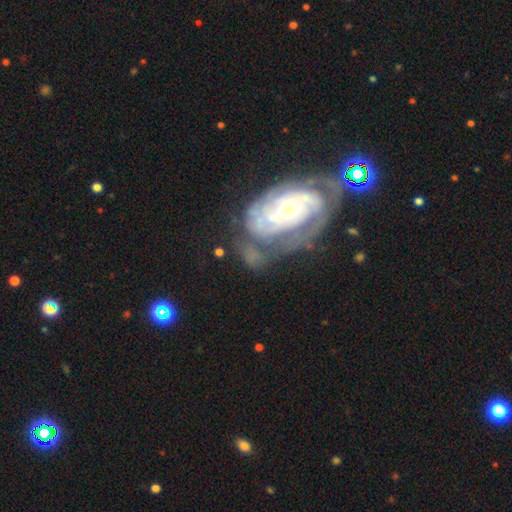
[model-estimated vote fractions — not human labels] A featured or disk galaxy (81%) with no bar (71%), tight (68%) spiral arms (91%) and a small central bulge (52%).

Vote fractions:
- Smooth or featured? featured or disk: 81% / smooth: 12% / star or artifact: 7%
- Edge-on disk? no: 96% / yes: 4%
- Bar? no: 71% / weak: 22% / strong: 8%
- Spiral arms? yes: 91% / no: 9%
- Spiral winding? tight: 68% / medium: 25% / loose: 7%
- Spiral arm count? can't tell: 36% / 2: 32% / 3: 15% / 4: 7% / 1: 6% / more than 4: 5%
- Bulge size? small: 52% / moderate: 40% / large: 5% / none: 2% / dominant: 1%
- Merging? none: 46% / minor disturbance: 22% / major disturbance: 19% / merger: 13%